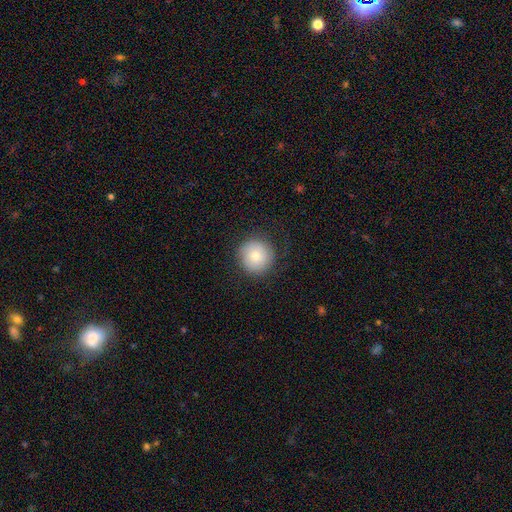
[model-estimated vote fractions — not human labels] A smooth galaxy with no disk features (76%) that is round (95%). Merging: none (83%).